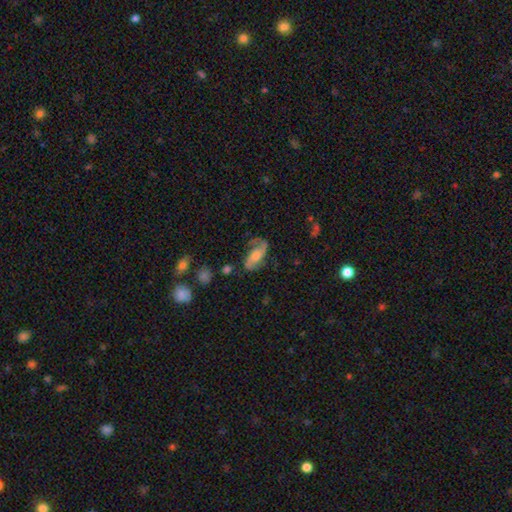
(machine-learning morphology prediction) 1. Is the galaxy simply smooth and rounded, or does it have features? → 70% featured or disk, 22% smooth, 8% star or artifact.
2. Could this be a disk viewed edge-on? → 93% no, 7% yes.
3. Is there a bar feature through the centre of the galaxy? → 51% no, 32% weak, 17% strong.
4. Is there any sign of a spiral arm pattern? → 91% yes, 9% no.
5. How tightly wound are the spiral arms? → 47% loose, 37% medium, 16% tight.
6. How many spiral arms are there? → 81% 2, 9% 1, 6% can't tell, 1% 3, 1% 4, 1% more than 4.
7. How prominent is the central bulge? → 55% moderate, 27% small, 11% large, 5% none, 2% dominant.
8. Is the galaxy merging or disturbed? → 62% none, 22% minor disturbance, 14% major disturbance, 3% merger.